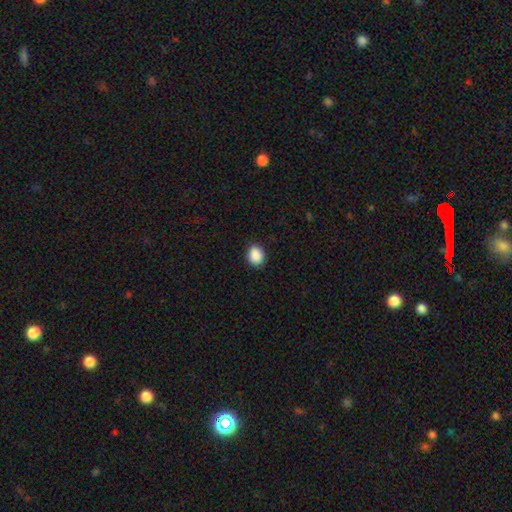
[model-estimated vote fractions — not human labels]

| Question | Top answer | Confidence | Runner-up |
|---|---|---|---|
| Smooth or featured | smooth | 89% | star or artifact (8%) |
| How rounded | round | 56% | in between (43%) |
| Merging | none | 88% | minor disturbance (9%) |